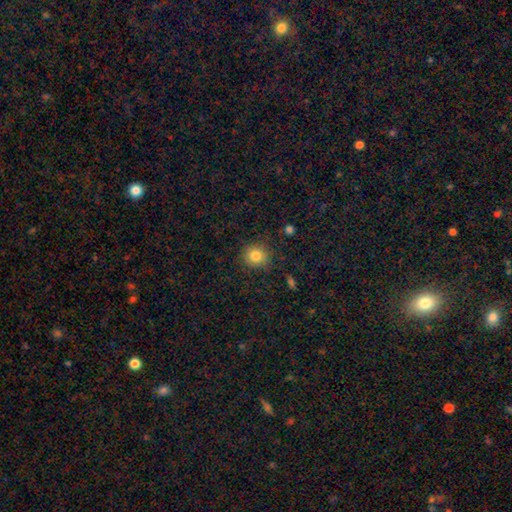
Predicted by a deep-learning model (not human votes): smooth_or_featured: smooth (p=0.83) [alt: star or artifact p=0.11]
how_rounded: round (p=0.87) [alt: in between p=0.12]
merging: none (p=0.85) [alt: minor disturbance p=0.10]